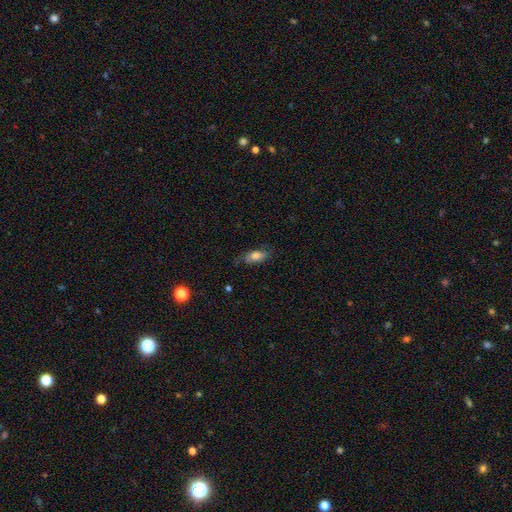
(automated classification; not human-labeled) The model was most divided on "merging": none: 69%, minor disturbance: 23%, major disturbance: 6%, merger: 1%. More confident: how rounded — in between (75%); smooth or featured — smooth (73%).